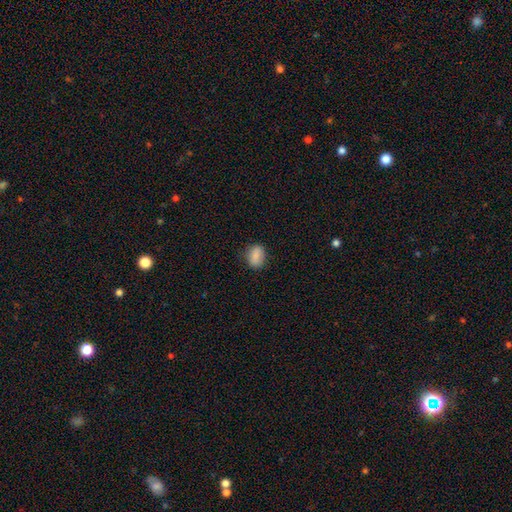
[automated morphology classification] A smooth galaxy with no disk features (85%) that is in between round and cigar-shaped (70%). Merging: none (81%).